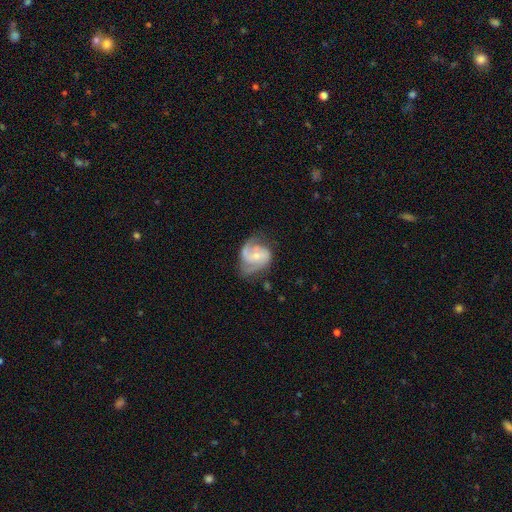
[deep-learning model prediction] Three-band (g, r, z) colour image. It shows a featured or disk galaxy (79%) with no bar (56%), 2 (62%) medium (49%) spiral arms (93%) and a small central bulge (59%). Merging: none (52%).